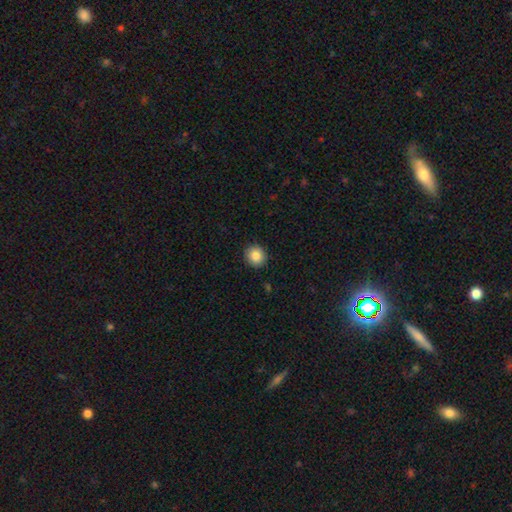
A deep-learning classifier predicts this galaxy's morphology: Smooth or featured? Predicted: smooth (p=0.84). How rounded? Predicted: round (p=0.88). Merging? Predicted: none (p=0.90).